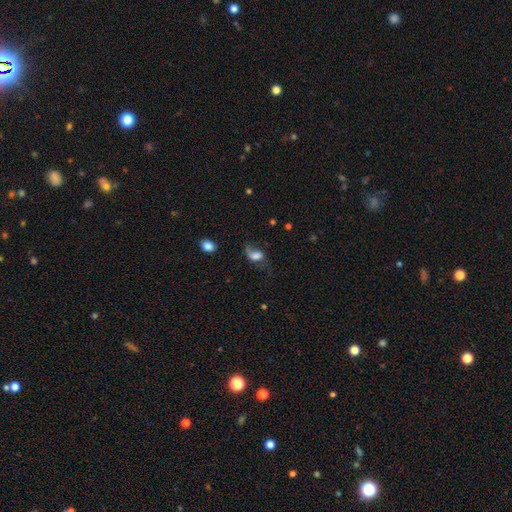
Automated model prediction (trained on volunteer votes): Smooth or featured: smooth — 48% (featured or disk — 40%)
Merging: none — 38% (major disturbance — 34%)